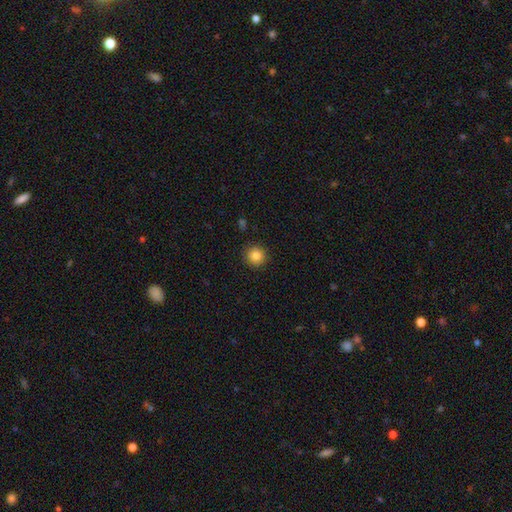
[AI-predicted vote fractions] Overall: smooth (84%). How rounded: round (94%). Merging: none (90%).